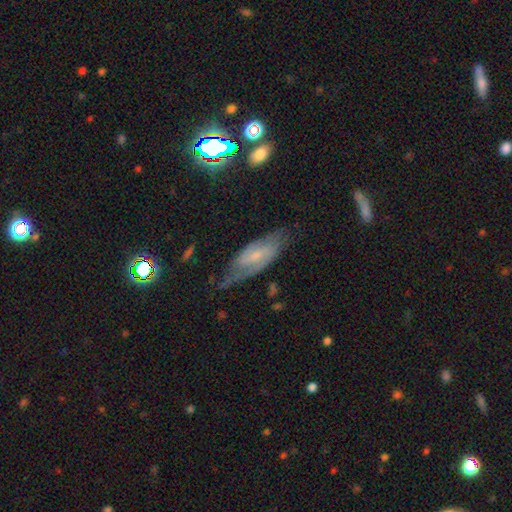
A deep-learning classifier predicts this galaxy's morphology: smooth_or_featured: featured or disk (p=0.73) [alt: smooth p=0.18]
disk_edge_on: no (p=0.90) [alt: yes p=0.10]
bar: weak (p=0.52) [alt: no p=0.32]
has_spiral_arms: yes (p=0.91) [alt: no p=0.09]
spiral_winding: medium (p=0.47) [alt: tight p=0.30]
spiral_arm_count: 2 (p=0.76) [alt: can't tell p=0.15]
bulge_size: small (p=0.56) [alt: moderate p=0.28]
merging: none (p=0.61) [alt: minor disturbance p=0.24]